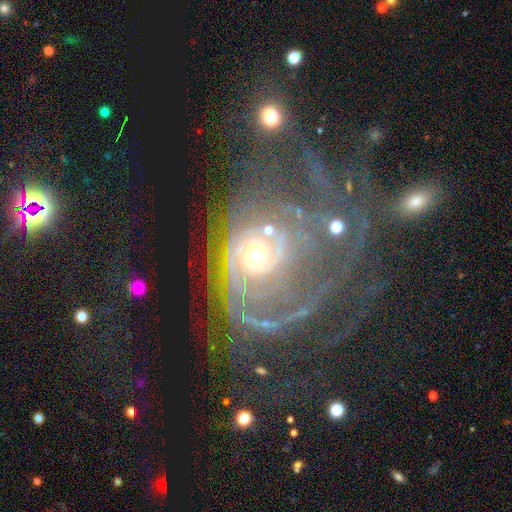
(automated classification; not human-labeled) This is clearly a featured or disk galaxy (82%). It is clearly not viewed edge-on (97%). Bar: likely no (78%). Spiral arm pattern: clearly yes (85%). Spiral arm count: marginally can't tell (36%). Spiral winding: possibly tight (51%). Central bulge: likely moderate (62%). Merging: marginally major disturbance (45%).